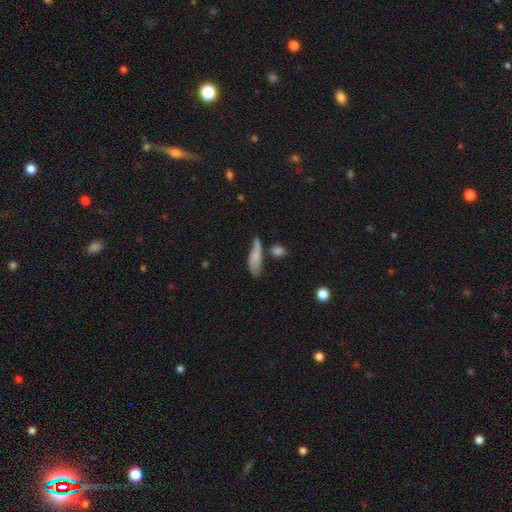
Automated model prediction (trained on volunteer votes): Smooth or featured? smooth (65%)
How rounded? in between (54%)
Merging? none (36%)